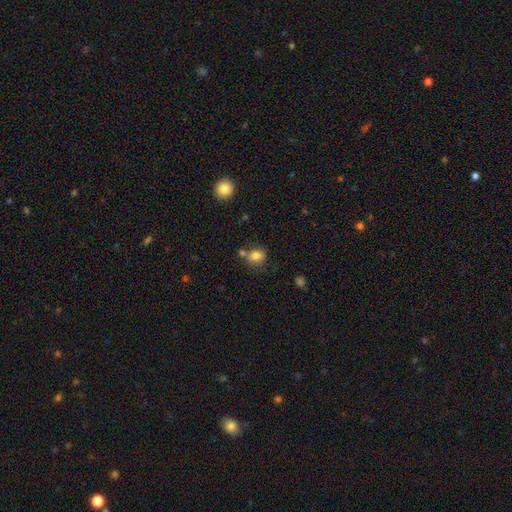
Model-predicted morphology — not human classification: A smooth galaxy with no disk features (81%) that is round (69%). Merging: none (62%).